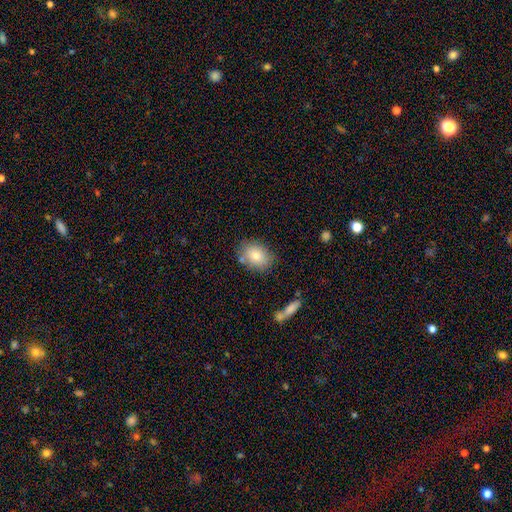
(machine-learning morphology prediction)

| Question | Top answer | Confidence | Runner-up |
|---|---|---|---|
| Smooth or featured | smooth | 80% | featured or disk (12%) |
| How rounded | in between | 72% | round (27%) |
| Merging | none | 75% | minor disturbance (15%) |